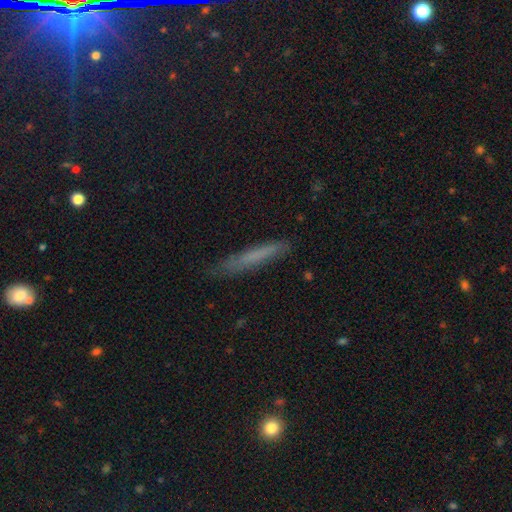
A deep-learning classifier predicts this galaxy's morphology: smooth 63%, featured or disk 27%, star or artifact 10%. Down the decision tree: how rounded — cigar-shaped (94%); merging — none (83%).